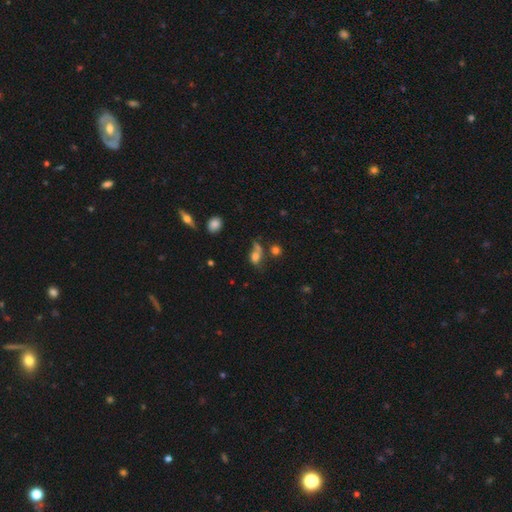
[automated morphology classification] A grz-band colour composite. It shows a smooth galaxy with no disk features (69%) that is in between round and cigar-shaped (62%). Merging: none (32%).